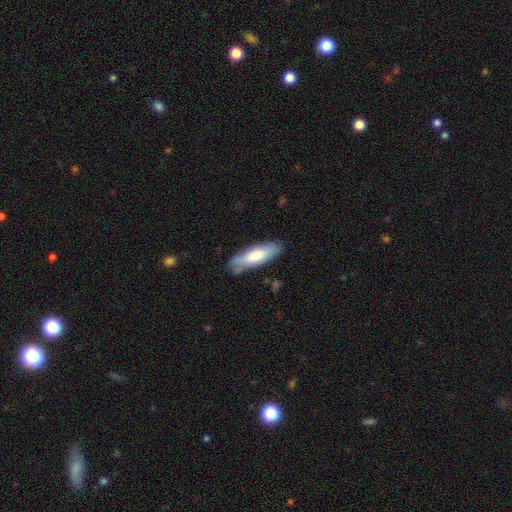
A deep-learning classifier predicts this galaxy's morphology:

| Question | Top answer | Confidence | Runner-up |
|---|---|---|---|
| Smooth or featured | smooth | 74% | featured or disk (21%) |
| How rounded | in between | 53% | cigar-shaped (45%) |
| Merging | none | 77% | minor disturbance (17%) |